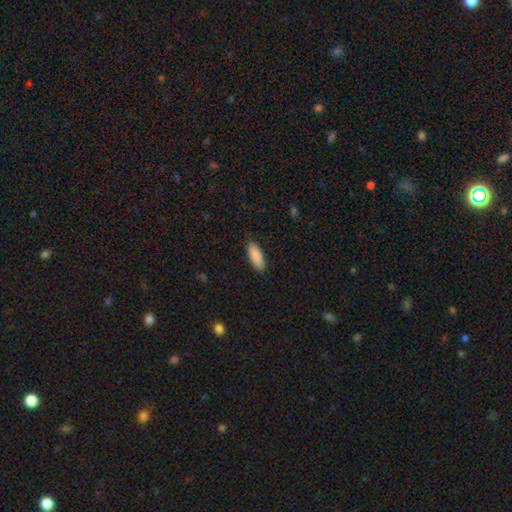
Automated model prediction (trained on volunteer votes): Q: Smooth or featured?
A: smooth (88%); runner-up: featured or disk (6%)
Q: How rounded?
A: in between (77%); runner-up: cigar-shaped (22%)
Q: Merging?
A: none (88%); runner-up: minor disturbance (9%)